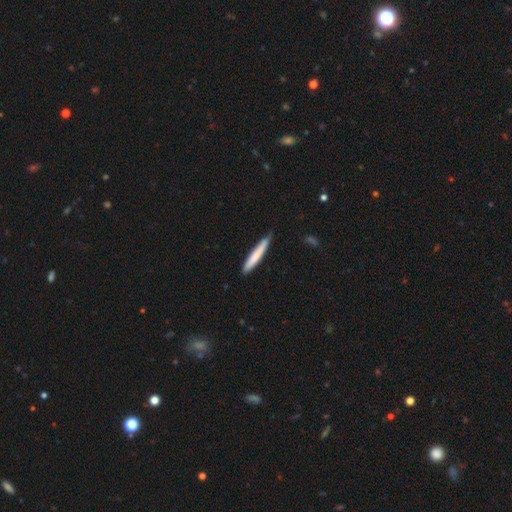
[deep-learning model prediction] Q: Smooth or featured?
A: smooth (74%); runner-up: featured or disk (21%)
Q: How rounded?
A: cigar-shaped (95%); runner-up: in between (4%)
Q: Merging?
A: none (79%); runner-up: minor disturbance (17%)